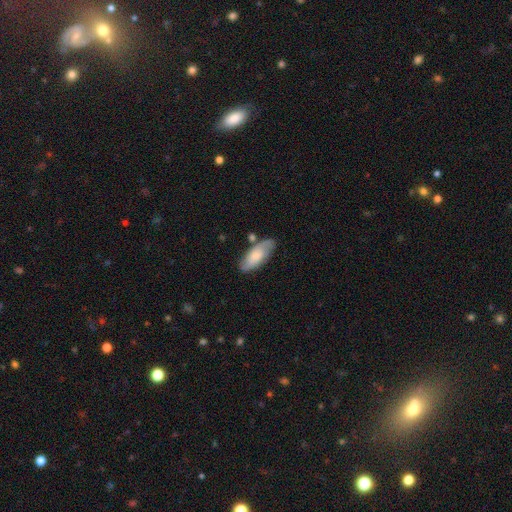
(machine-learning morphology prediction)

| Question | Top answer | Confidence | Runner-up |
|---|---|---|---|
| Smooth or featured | smooth | 54% | featured or disk (40%) |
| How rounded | in between | 82% | cigar-shaped (16%) |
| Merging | none | 69% | minor disturbance (18%) |